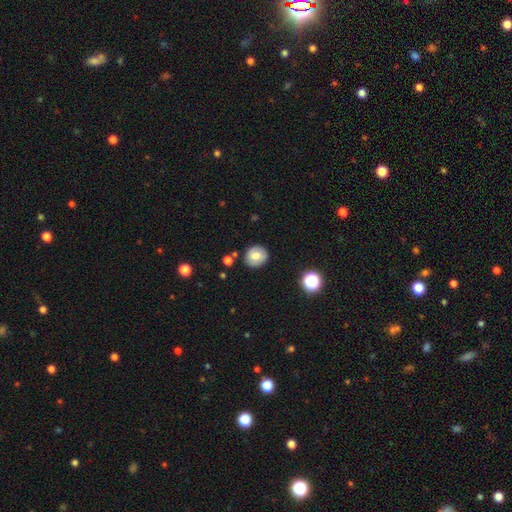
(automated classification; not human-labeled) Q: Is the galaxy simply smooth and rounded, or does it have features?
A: smooth — 73%.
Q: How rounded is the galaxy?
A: round — 82%.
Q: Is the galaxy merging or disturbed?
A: none — 85%.